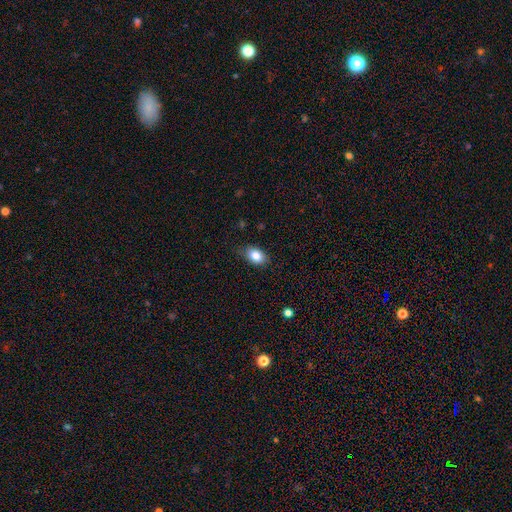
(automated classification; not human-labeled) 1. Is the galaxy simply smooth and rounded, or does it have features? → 84% smooth, 8% star or artifact, 7% featured or disk.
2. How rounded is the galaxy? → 84% in between, 15% round, 1% cigar-shaped.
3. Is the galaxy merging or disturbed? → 79% none, 17% minor disturbance, 3% major disturbance, 1% merger.